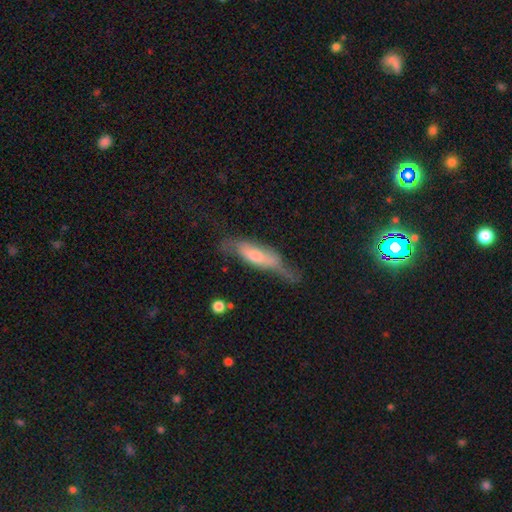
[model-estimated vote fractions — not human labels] smooth-or-featured: smooth: 51% | featured or disk: 41% | star or artifact: 8%
  how-rounded: cigar-shaped: 61% | in between: 37% | round: 2%
  merging: none: 36% | minor disturbance: 32% | major disturbance: 27% | merger: 4%